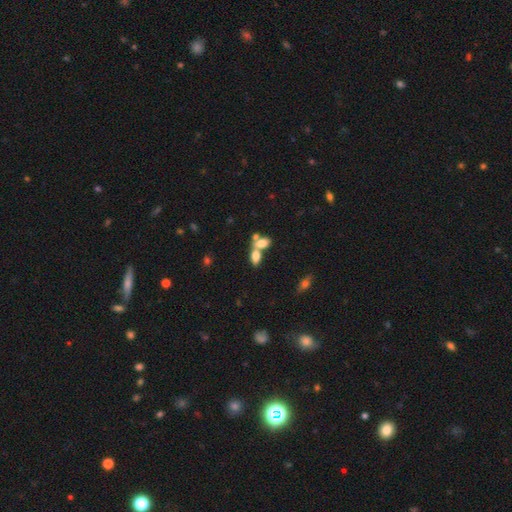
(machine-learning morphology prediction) Smooth or featured?
  - smooth: 74% *
  - featured or disk: 16%
  - star or artifact: 10%
How rounded?
  - in between: 85% *
  - round: 9%
  - cigar-shaped: 5%
Merging?
  - merger: 62% *
  - none: 26%
  - minor disturbance: 7%
  - major disturbance: 4%